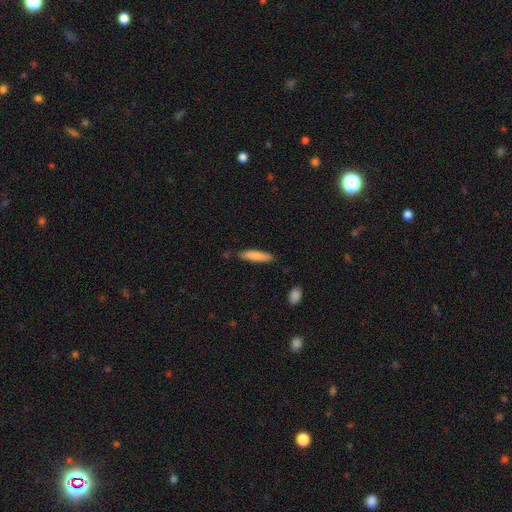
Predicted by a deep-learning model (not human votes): smooth 83%, featured or disk 11%, star or artifact 6%. Down the decision tree: how rounded — cigar-shaped (79%); merging — none (83%).